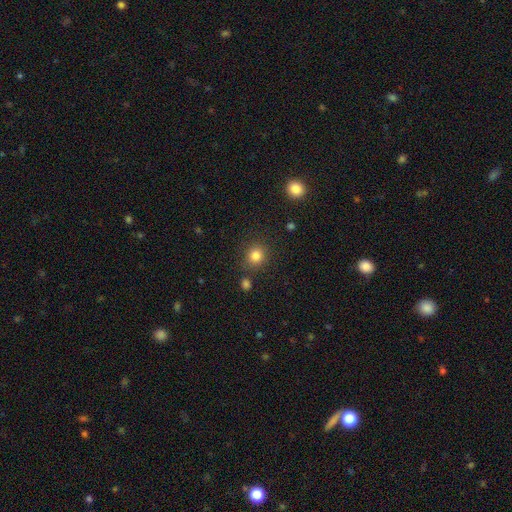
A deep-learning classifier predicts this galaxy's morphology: type=smooth (83%); roundness=round (89%); merging=none (84%).